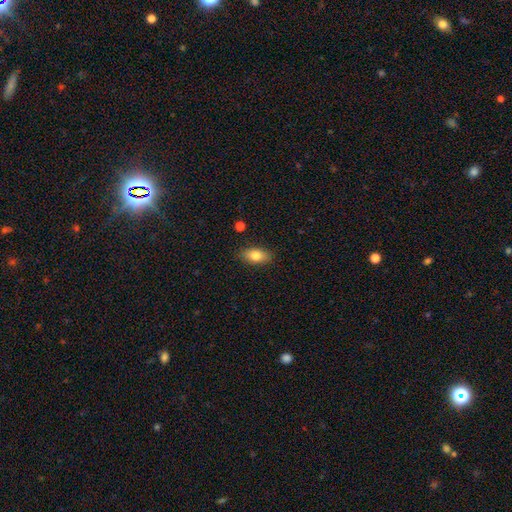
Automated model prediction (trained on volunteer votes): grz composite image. It shows a smooth galaxy with no disk features (80%) that is in between round and cigar-shaped (87%). Merging: none (86%).